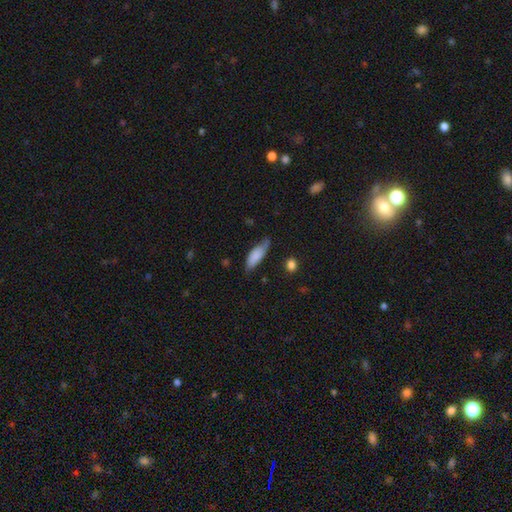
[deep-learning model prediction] Smooth or featured?
  - smooth: 77% *
  - featured or disk: 16%
  - star or artifact: 6%
How rounded?
  - in between: 69% *
  - cigar-shaped: 29%
  - round: 2%
Merging?
  - none: 52% *
  - minor disturbance: 36%
  - major disturbance: 9%
  - merger: 3%